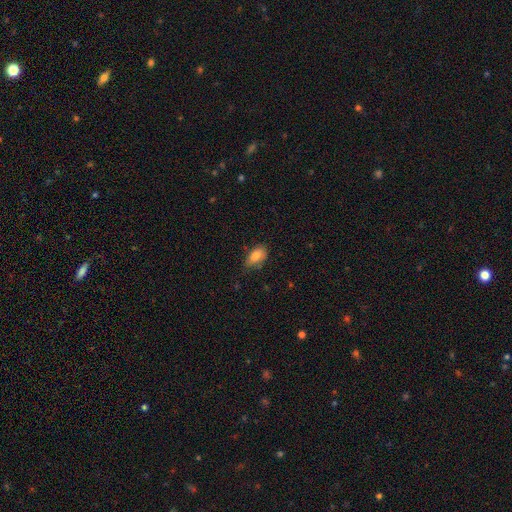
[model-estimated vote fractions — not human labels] Smooth or featured?
  - smooth: 81% *
  - featured or disk: 11%
  - star or artifact: 8%
How rounded?
  - in between: 89% *
  - round: 6%
  - cigar-shaped: 5%
Merging?
  - none: 64% *
  - minor disturbance: 29%
  - major disturbance: 5%
  - merger: 2%